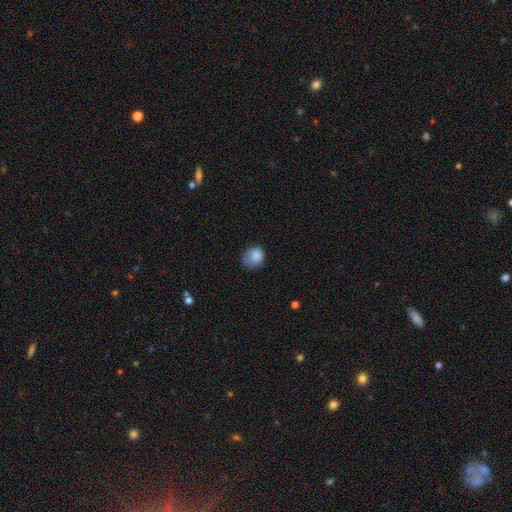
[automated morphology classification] Smooth or featured? Predicted: smooth (p=0.82). How rounded? Predicted: round (p=0.63). Merging? Predicted: none (p=0.48).